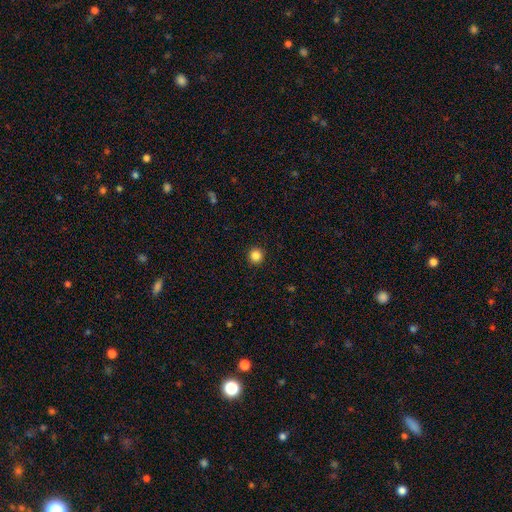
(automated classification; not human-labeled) smooth-or-featured: smooth: 86% | star or artifact: 11% | featured or disk: 3%
  how-rounded: round: 96% | in between: 3% | cigar-shaped: 1%
  merging: none: 93% | minor disturbance: 4% | major disturbance: 2% | merger: 1%